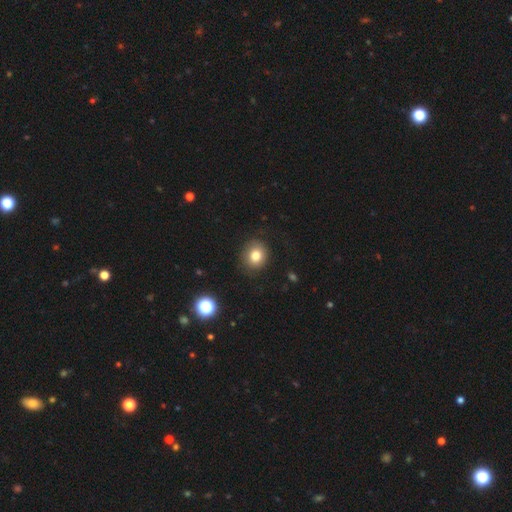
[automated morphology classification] smooth 81%, star or artifact 11%, featured or disk 8%. Down the decision tree: how rounded — round (75%); merging — none (85%).